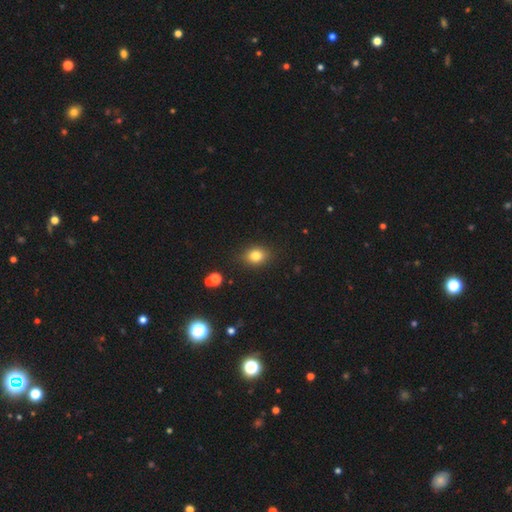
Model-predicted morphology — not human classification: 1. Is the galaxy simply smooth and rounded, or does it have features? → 81% smooth, 12% star or artifact, 7% featured or disk.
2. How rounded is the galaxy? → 54% in between, 45% round, 1% cigar-shaped.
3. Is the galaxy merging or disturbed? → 85% none, 10% minor disturbance, 3% major disturbance, 2% merger.